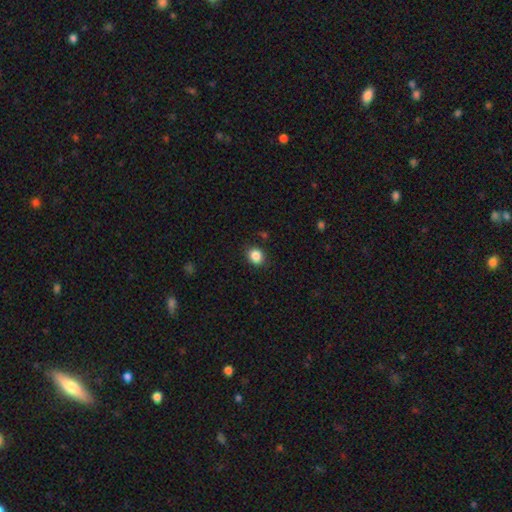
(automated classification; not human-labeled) This is clearly a smooth galaxy (86%). How rounded: likely round (67%). Merging: clearly none (87%).